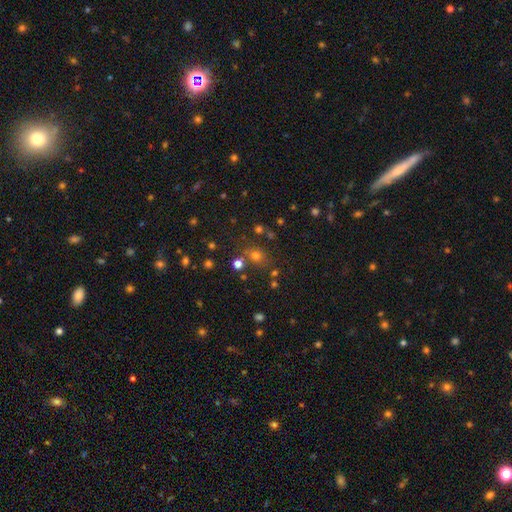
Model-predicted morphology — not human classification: Smooth or featured?
  - smooth: 62% *
  - star or artifact: 29%
  - featured or disk: 9%
How rounded?
  - round: 73% *
  - in between: 26%
  - cigar-shaped: 1%
Merging?
  - none: 73% *
  - minor disturbance: 11%
  - merger: 11%
  - major disturbance: 5%